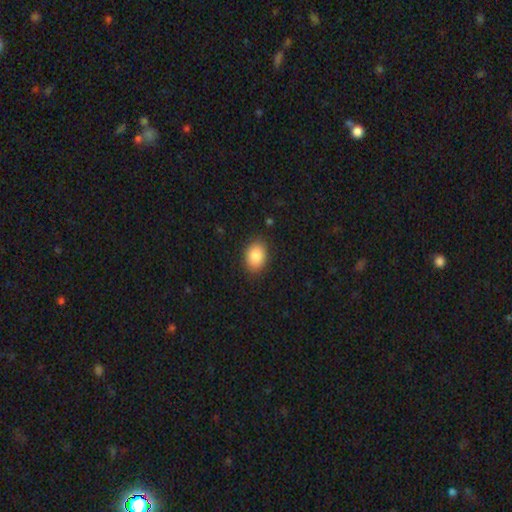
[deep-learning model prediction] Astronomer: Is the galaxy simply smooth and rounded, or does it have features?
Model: smooth — 86%.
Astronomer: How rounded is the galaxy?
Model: in between — 71%.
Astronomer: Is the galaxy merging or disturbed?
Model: none — 86%.